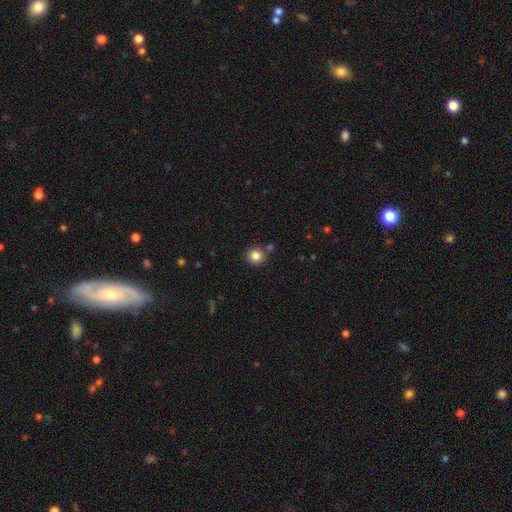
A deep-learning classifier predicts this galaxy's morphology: Overall: smooth (84%). How rounded: round (89%). Merging: none (80%).